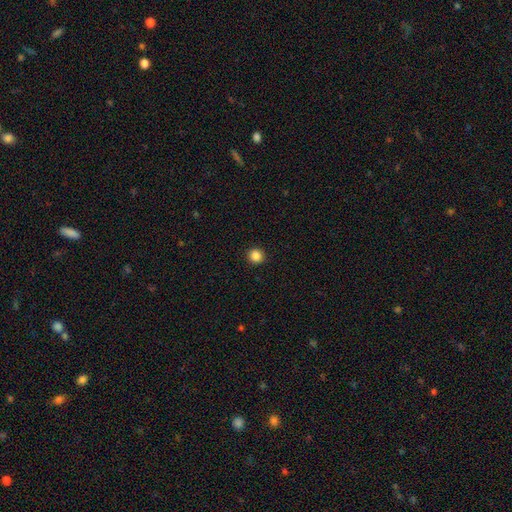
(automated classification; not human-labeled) A smooth galaxy with no disk features (86%) that is round (94%).

Vote fractions:
- Smooth or featured? smooth: 86% / star or artifact: 11% / featured or disk: 3%
- How rounded? round: 94% / in between: 6% / cigar-shaped: 1%
- Merging? none: 93% / minor disturbance: 4% / major disturbance: 2% / merger: 1%